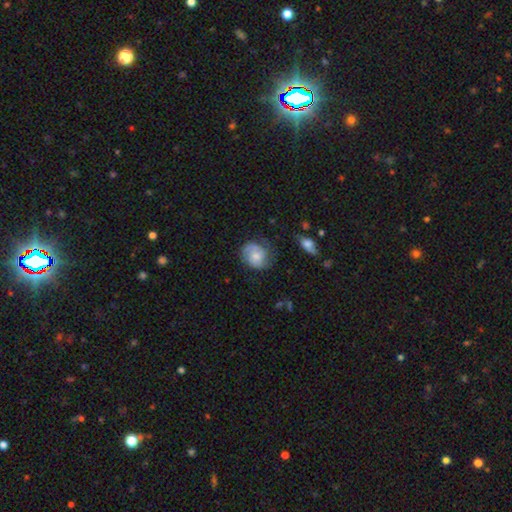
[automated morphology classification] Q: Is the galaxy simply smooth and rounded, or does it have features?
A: featured or disk — 49%.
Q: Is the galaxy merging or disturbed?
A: none — 64%.